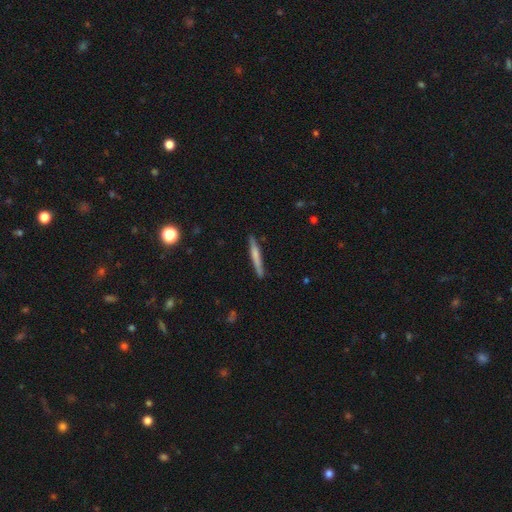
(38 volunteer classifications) Smooth or featured? 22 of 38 (58%) said smooth. How rounded? 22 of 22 (100%) said cigar-shaped. Merging? 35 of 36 (97%) said none.